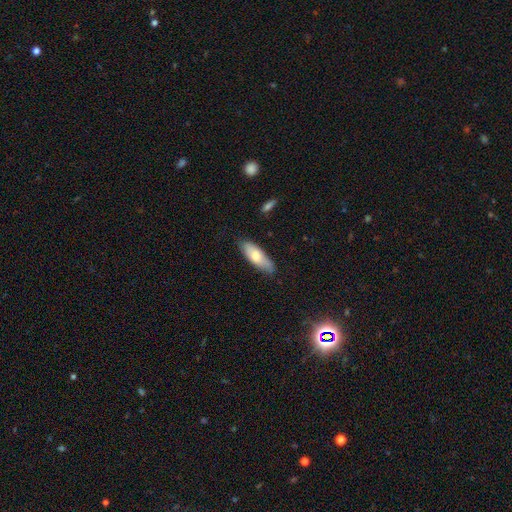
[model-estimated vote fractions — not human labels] Smooth or featured? smooth (71%)
How rounded? in between (67%)
Merging? none (76%)